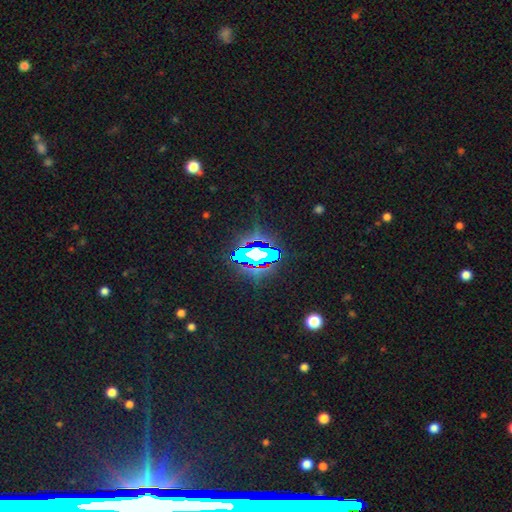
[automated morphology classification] smooth_or_featured: star or artifact (p=0.72) [alt: smooth p=0.15]